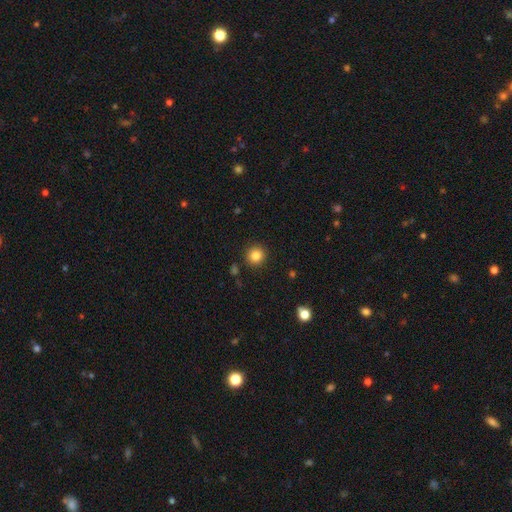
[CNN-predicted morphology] Smooth or featured? Predicted: smooth (p=0.84). How rounded? Predicted: round (p=0.94). Merging? Predicted: none (p=0.90).